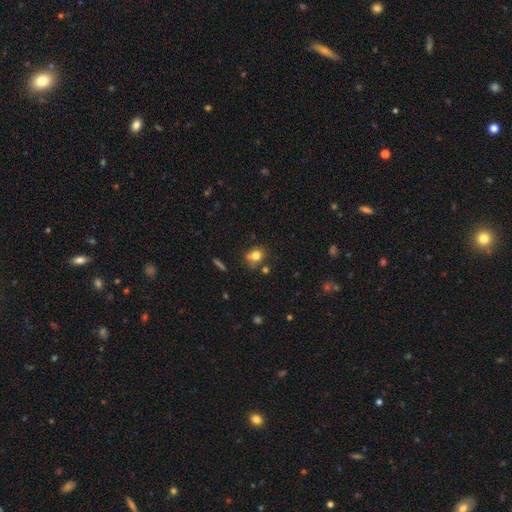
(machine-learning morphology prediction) type=smooth (75%); roundness=round (67%); merging=none (59%).